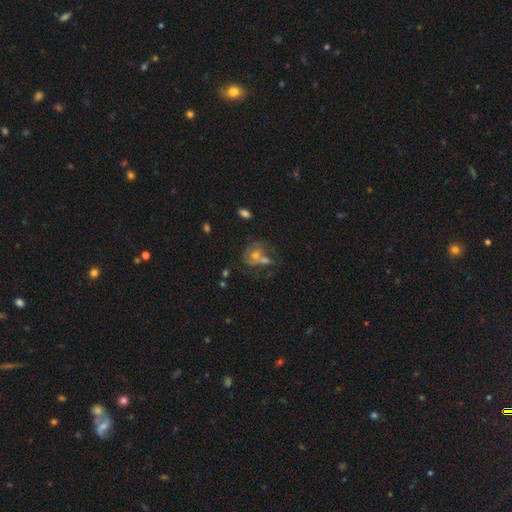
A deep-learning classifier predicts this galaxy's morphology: Q: Smooth or featured?
A: featured or disk (45%); runner-up: smooth (36%)
Q: Merging?
A: none (42%); runner-up: merger (32%)